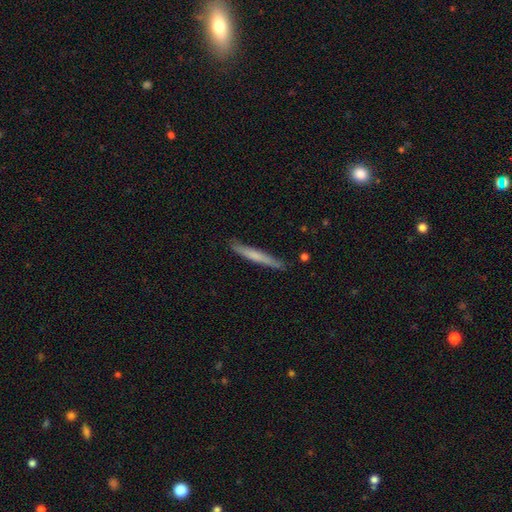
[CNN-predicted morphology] Smooth or featured?
  - smooth: 59% *
  - featured or disk: 36%
  - star or artifact: 5%
How rounded?
  - cigar-shaped: 96% *
  - in between: 2%
  - round: 1%
Merging?
  - none: 87% *
  - minor disturbance: 10%
  - major disturbance: 2%
  - merger: 1%